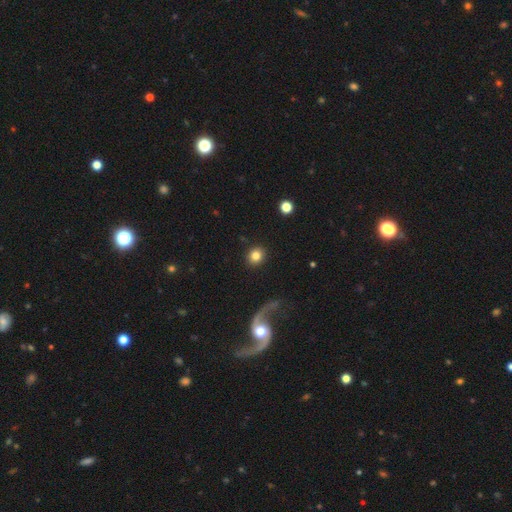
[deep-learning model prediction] Q: Smooth or featured?
A: smooth (82%); runner-up: featured or disk (9%)
Q: How rounded?
A: round (83%); runner-up: in between (16%)
Q: Merging?
A: none (90%); runner-up: minor disturbance (6%)